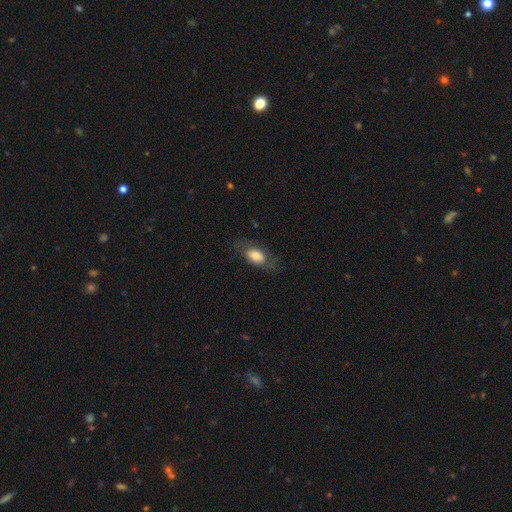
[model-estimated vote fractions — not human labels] Overall: smooth (68%). How rounded: in between (87%). Merging: none (68%).